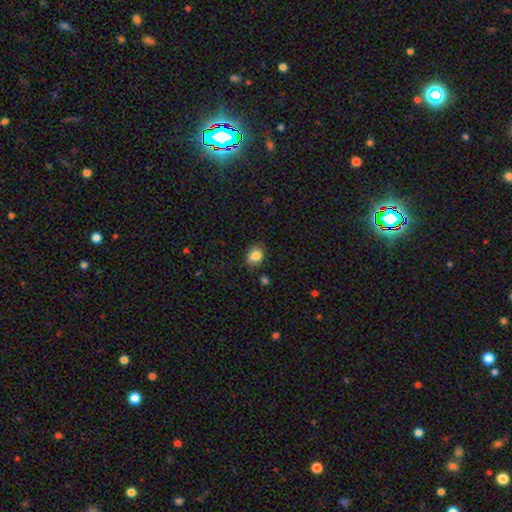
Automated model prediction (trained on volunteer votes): smooth_or_featured: smooth (p=0.84) [alt: star or artifact p=0.09]
how_rounded: in between (p=0.56) [alt: round p=0.43]
merging: none (p=0.81) [alt: minor disturbance p=0.14]